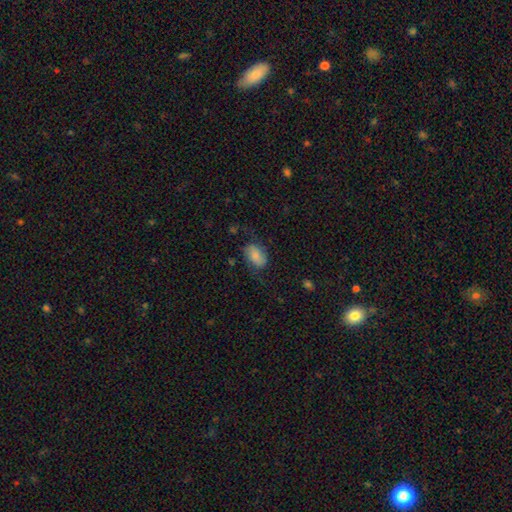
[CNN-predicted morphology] Smooth or featured?
  - smooth: 73% *
  - featured or disk: 19%
  - star or artifact: 8%
How rounded?
  - in between: 88% *
  - round: 11%
  - cigar-shaped: 1%
Merging?
  - none: 62% *
  - minor disturbance: 24%
  - major disturbance: 12%
  - merger: 2%